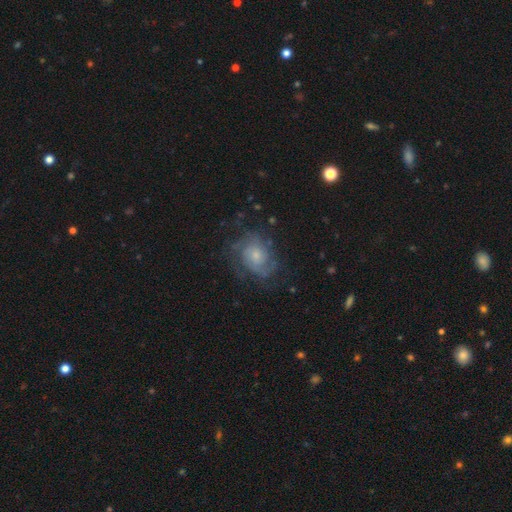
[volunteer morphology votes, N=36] Smooth or featured? featured or disk (75%)
Edge-on disk? no (93%)
Bar? no (80%)
Spiral arms? yes (100%)
Spiral winding? tight (60%)
Spiral arm count? 2 (64%)
Bulge size? small (76%)
Merging? minor disturbance (43%)